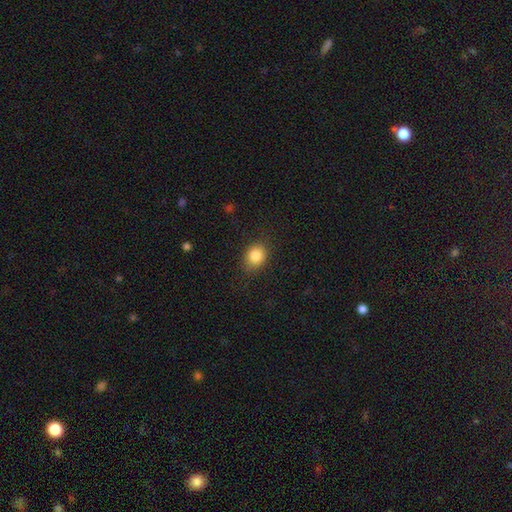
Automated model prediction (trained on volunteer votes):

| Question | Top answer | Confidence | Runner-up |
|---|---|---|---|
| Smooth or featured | smooth | 85% | star or artifact (9%) |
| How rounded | in between | 53% | round (46%) |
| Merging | none | 84% | minor disturbance (12%) |